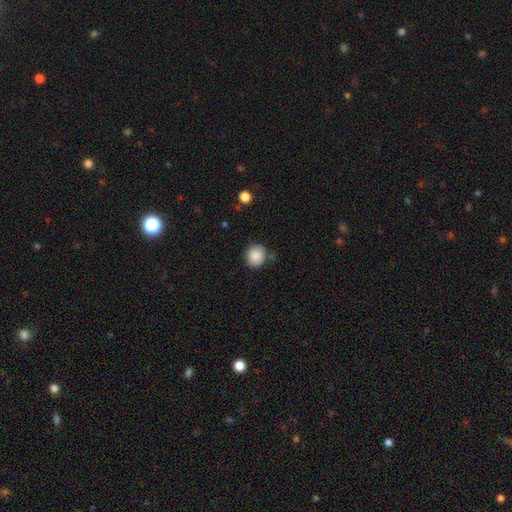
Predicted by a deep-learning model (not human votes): Smooth or featured? Predicted: smooth (p=0.88). How rounded? Predicted: round (p=0.87). Merging? Predicted: none (p=0.76).